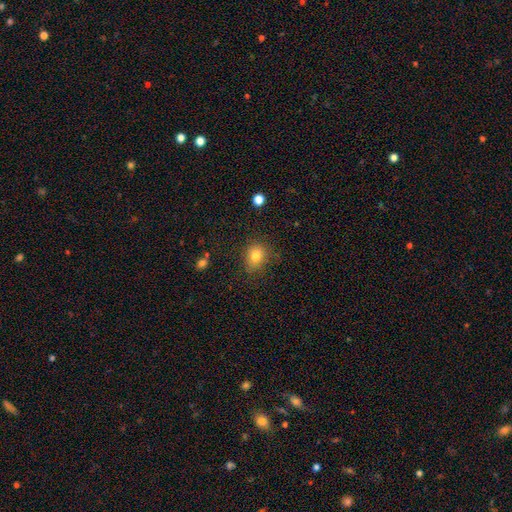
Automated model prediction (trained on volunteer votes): smooth-or-featured: smooth: 80% | star or artifact: 12% | featured or disk: 8%
  how-rounded: round: 60% | in between: 39% | cigar-shaped: 1%
  merging: none: 76% | minor disturbance: 17% | major disturbance: 5% | merger: 2%